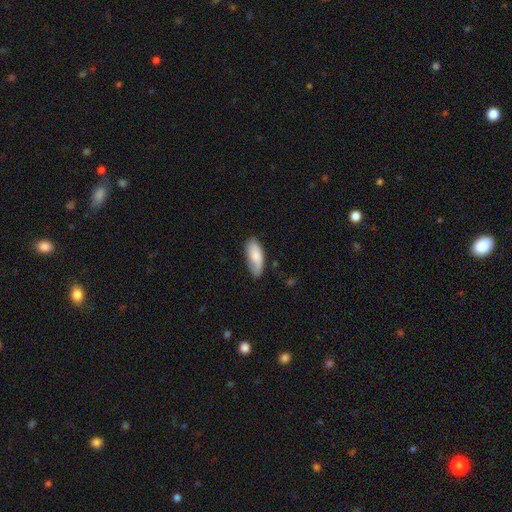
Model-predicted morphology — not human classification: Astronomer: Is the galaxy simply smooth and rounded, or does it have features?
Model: smooth — 80%.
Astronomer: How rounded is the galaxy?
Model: in between — 79%.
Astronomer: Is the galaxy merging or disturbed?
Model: none — 69%.